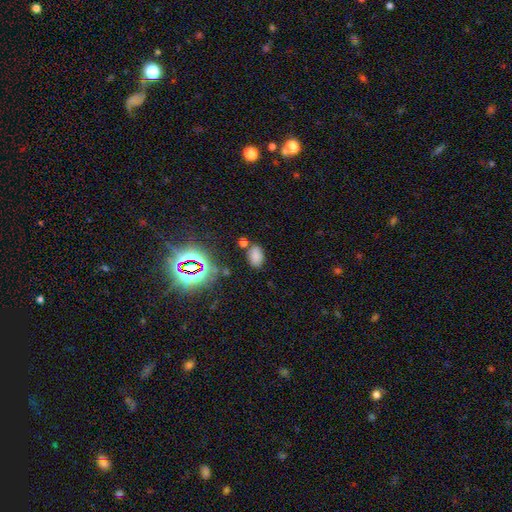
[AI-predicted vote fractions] The model was most divided on "smooth or featured": smooth: 72%, star or artifact: 21%, featured or disk: 7%. More confident: how rounded — in between (89%); merging — none (74%).